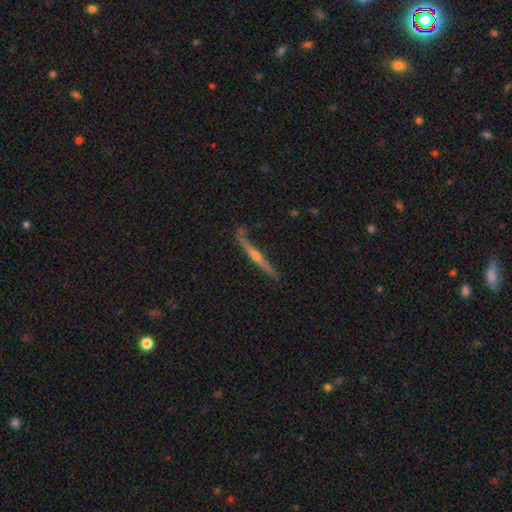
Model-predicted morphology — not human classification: The model was most divided on "merging": none: 77%, minor disturbance: 16%, major disturbance: 4%, merger: 2%. More confident: edge-on disk — yes (95%); edge-on bulge — rounded (82%); smooth or featured — featured or disk (77%).